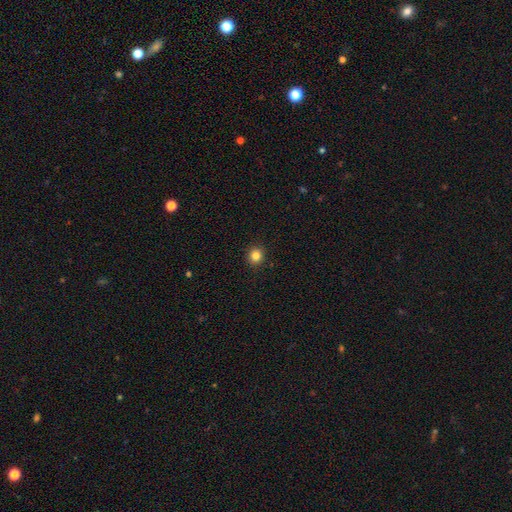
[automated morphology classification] Overall: smooth (84%). How rounded: round (86%). Merging: none (92%).